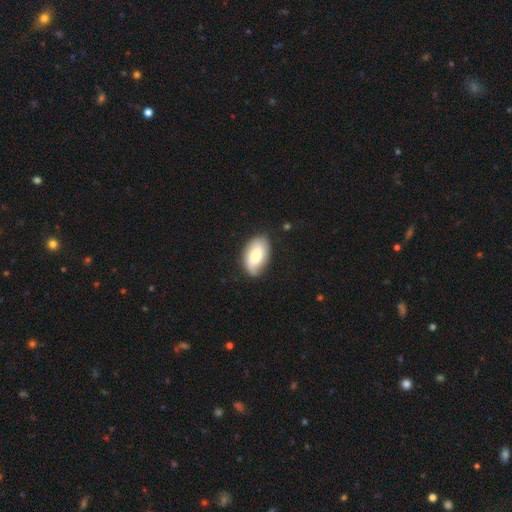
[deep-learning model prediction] A smooth galaxy with no disk features (63%) that is in between round and cigar-shaped (93%). Merging: none (76%).